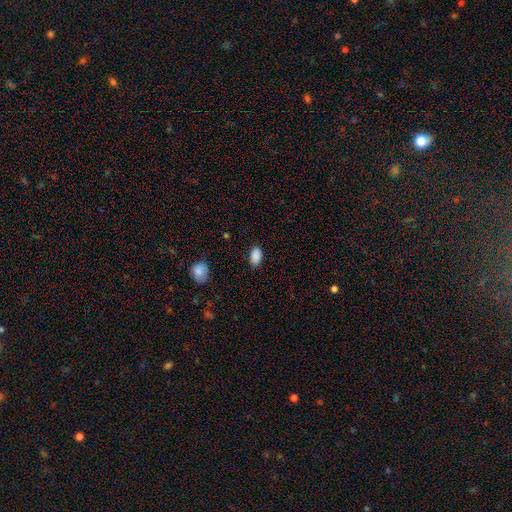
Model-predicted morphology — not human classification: A smooth galaxy with no disk features (89%) that is in between round and cigar-shaped (92%). Merging: none (83%).